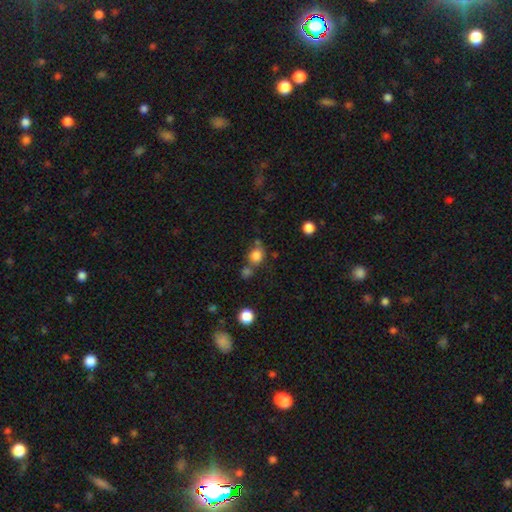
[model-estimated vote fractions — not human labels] smooth_or_featured: smooth (p=0.81) [alt: star or artifact p=0.12]
how_rounded: round (p=0.69) [alt: in between p=0.30]
merging: none (p=0.57) [alt: merger p=0.24]